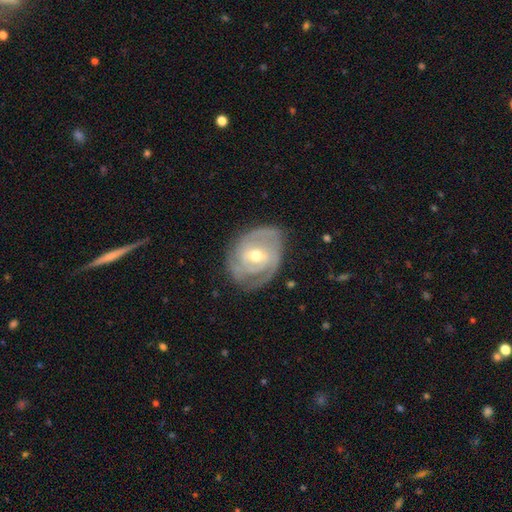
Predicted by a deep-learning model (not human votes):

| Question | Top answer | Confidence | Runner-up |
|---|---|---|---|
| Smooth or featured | featured or disk | 86% | smooth (9%) |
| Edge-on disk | no | 97% | yes (3%) |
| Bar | no | 48% | weak (39%) |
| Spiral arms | yes | 95% | no (5%) |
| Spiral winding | tight | 65% | medium (29%) |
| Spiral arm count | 2 | 33% | 3 (31%) |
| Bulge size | moderate | 64% | small (32%) |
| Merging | none | 72% | minor disturbance (20%) |